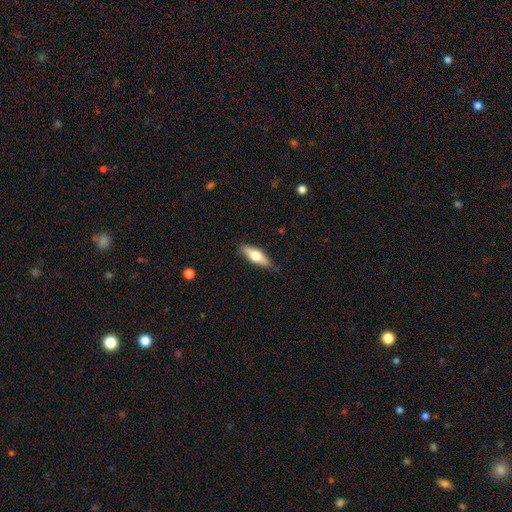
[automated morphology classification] This is possibly a smooth galaxy (58%). How rounded: likely in between (62%). Merging: clearly none (82%).